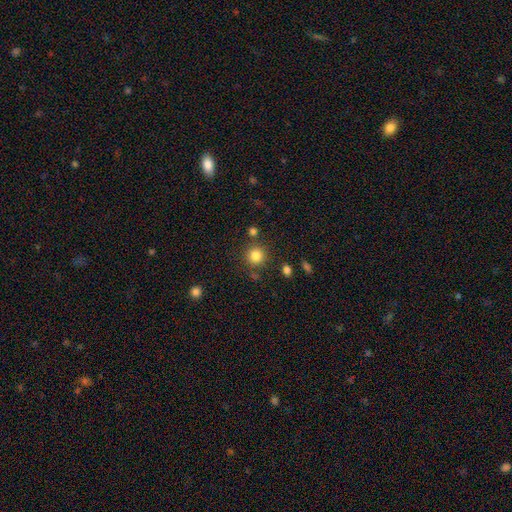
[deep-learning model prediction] Smooth or featured? smooth (83%)
How rounded? round (93%)
Merging? none (83%)